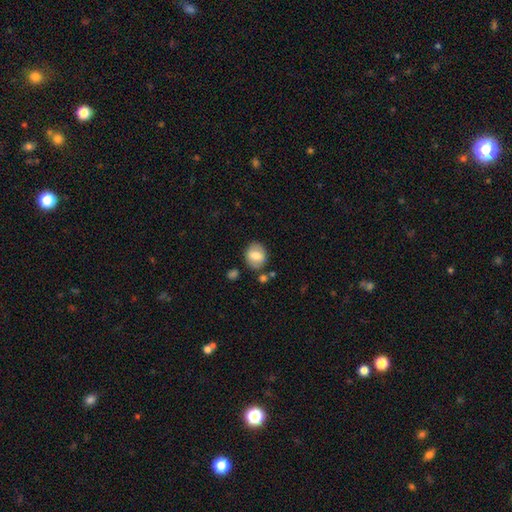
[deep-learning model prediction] smooth-or-featured: smooth: 70% | featured or disk: 22% | star or artifact: 8%
  how-rounded: round: 57% | in between: 42% | cigar-shaped: 1%
  merging: none: 78% | minor disturbance: 12% | merger: 6% | major disturbance: 3%